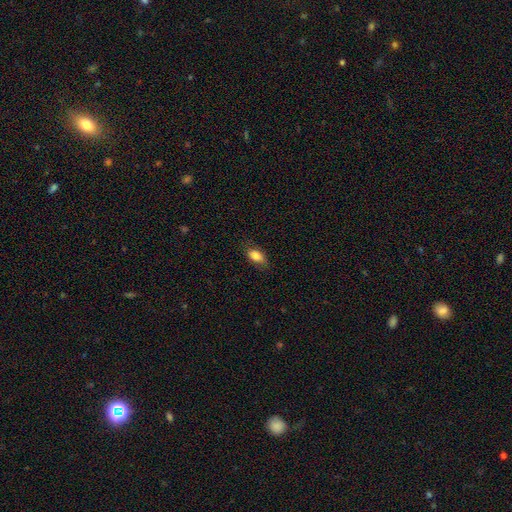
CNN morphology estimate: smooth_or_featured: smooth (p=0.83) [alt: featured or disk p=0.09]
how_rounded: in between (p=0.87) [alt: round p=0.07]
merging: none (p=0.77) [alt: minor disturbance p=0.18]